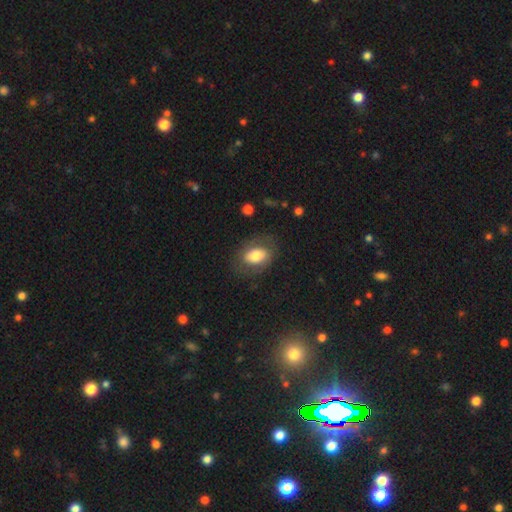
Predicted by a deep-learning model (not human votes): smooth 68%, featured or disk 25%, star or artifact 7%. Down the decision tree: how rounded — in between (83%); merging — none (73%).